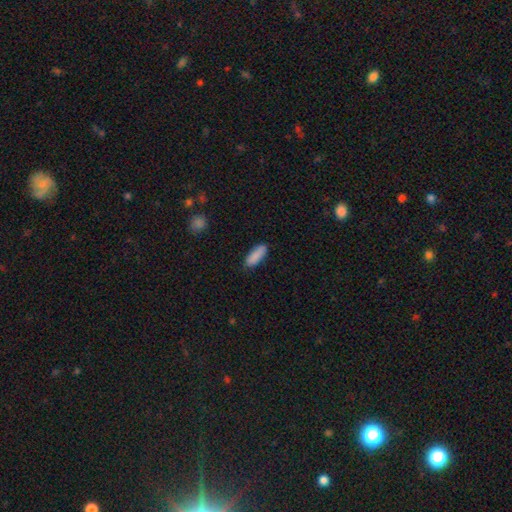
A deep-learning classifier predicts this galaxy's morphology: Smooth or featured?
  - smooth: 88% *
  - star or artifact: 7%
  - featured or disk: 5%
How rounded?
  - in between: 66% *
  - cigar-shaped: 32%
  - round: 2%
Merging?
  - none: 82% *
  - minor disturbance: 14%
  - major disturbance: 3%
  - merger: 1%